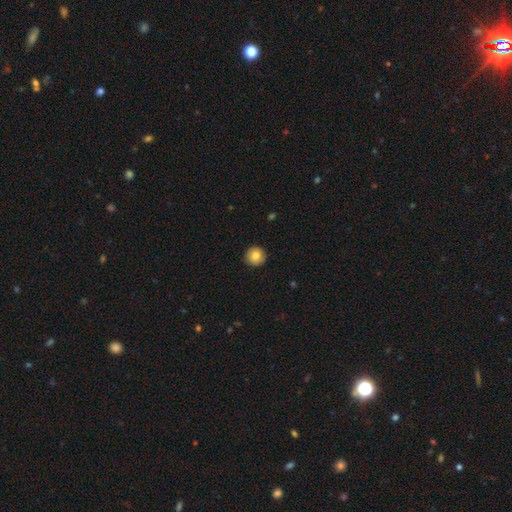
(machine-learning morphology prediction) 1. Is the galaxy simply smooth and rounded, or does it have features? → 80% smooth, 12% featured or disk, 8% star or artifact.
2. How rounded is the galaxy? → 95% round, 4% in between, 1% cigar-shaped.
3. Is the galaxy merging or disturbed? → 91% none, 6% minor disturbance, 2% major disturbance, 1% merger.